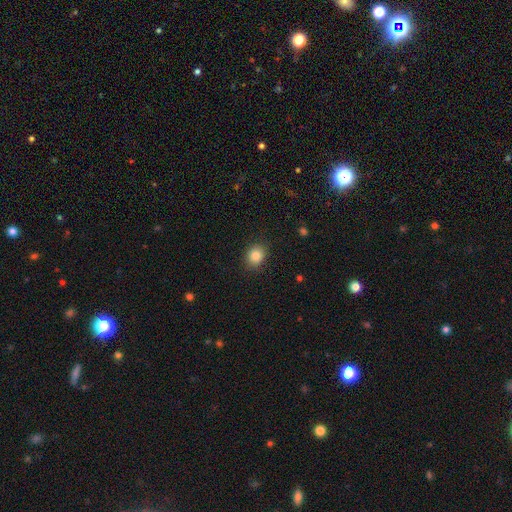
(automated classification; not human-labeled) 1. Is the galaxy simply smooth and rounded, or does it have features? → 84% smooth, 10% star or artifact, 6% featured or disk.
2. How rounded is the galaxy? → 67% round, 33% in between, 1% cigar-shaped.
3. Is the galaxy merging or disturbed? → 88% none, 9% minor disturbance, 2% major disturbance, 1% merger.